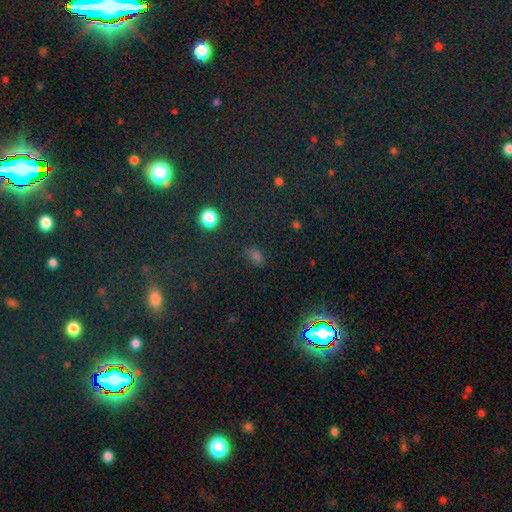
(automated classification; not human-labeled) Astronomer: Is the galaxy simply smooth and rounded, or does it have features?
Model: smooth — 52% (runner-up: star or artifact, 39%).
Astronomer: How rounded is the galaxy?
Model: in between — 72%.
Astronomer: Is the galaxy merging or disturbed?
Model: none — 76%.